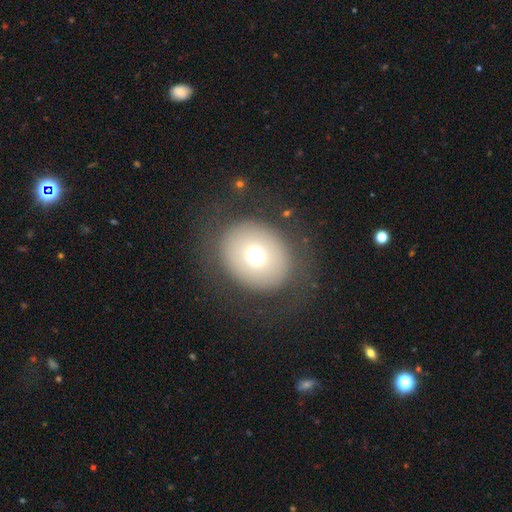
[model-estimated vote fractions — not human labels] This appears to be a smooth galaxy with no disk features (67%) that is round (70%). Merging: none (75%).